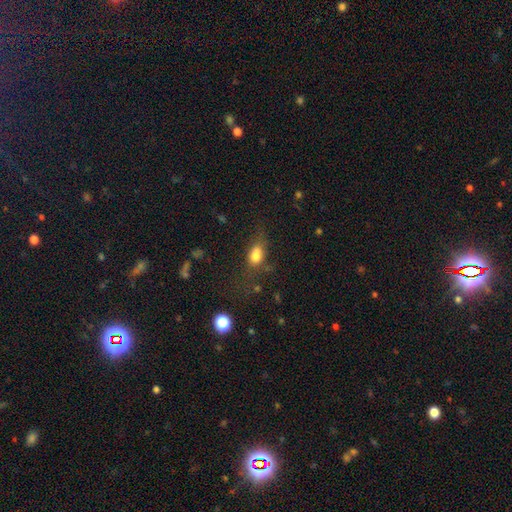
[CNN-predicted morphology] Smooth or featured? smooth (75%)
How rounded? in between (71%)
Merging? none (47%)